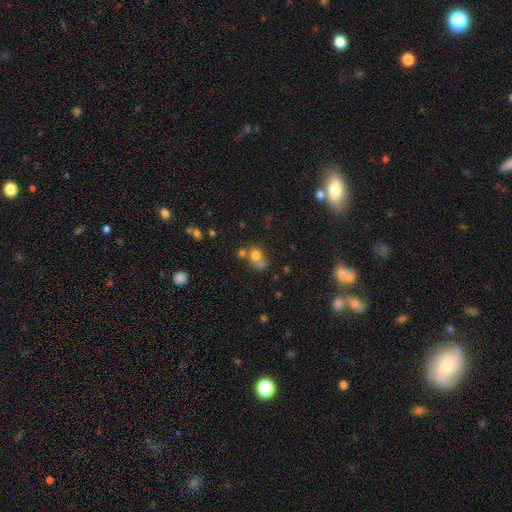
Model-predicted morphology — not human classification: smooth_or_featured: smooth (p=0.73) [alt: star or artifact p=0.14]
how_rounded: round (p=0.68) [alt: in between p=0.30]
merging: merger (p=0.43) [alt: none p=0.36]